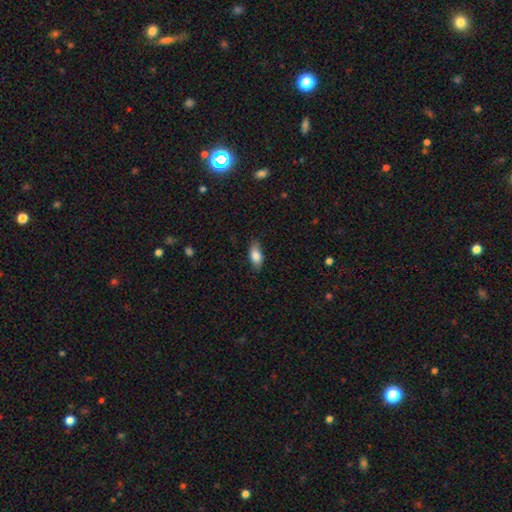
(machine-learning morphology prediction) Smooth or featured?
  - smooth: 82% *
  - featured or disk: 10%
  - star or artifact: 7%
How rounded?
  - in between: 86% *
  - cigar-shaped: 11%
  - round: 4%
Merging?
  - none: 82% *
  - minor disturbance: 14%
  - major disturbance: 3%
  - merger: 1%